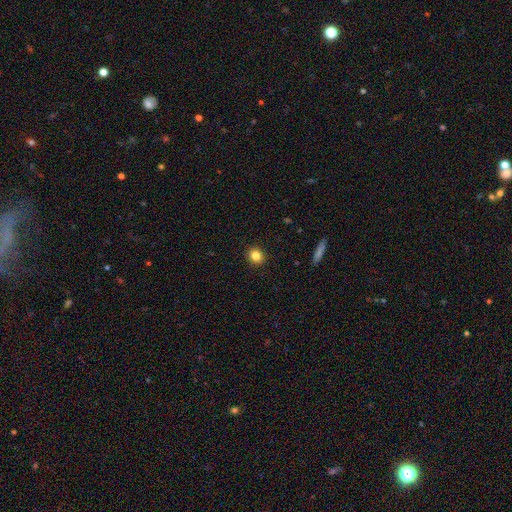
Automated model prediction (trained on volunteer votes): A smooth galaxy with no disk features (83%) that is round (82%). Merging: none (92%).